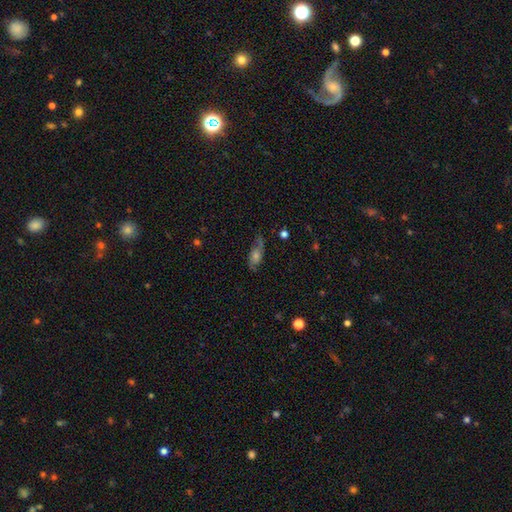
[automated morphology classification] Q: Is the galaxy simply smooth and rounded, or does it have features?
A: featured or disk — 56%.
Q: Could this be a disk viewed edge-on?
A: no — 75%.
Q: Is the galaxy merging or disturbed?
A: none — 65%.